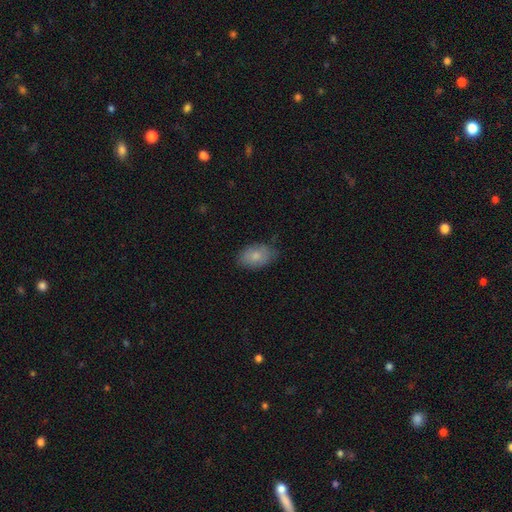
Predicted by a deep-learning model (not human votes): smooth_or_featured: smooth (p=0.81) [alt: featured or disk p=0.12]
how_rounded: in between (p=0.89) [alt: round p=0.10]
merging: none (p=0.76) [alt: minor disturbance p=0.19]